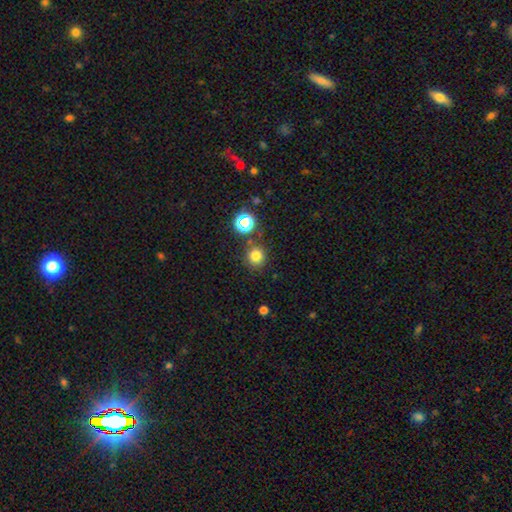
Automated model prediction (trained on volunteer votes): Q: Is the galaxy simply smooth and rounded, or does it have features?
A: smooth — 77%.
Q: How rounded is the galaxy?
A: round — 91%.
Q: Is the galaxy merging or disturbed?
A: none — 82%.